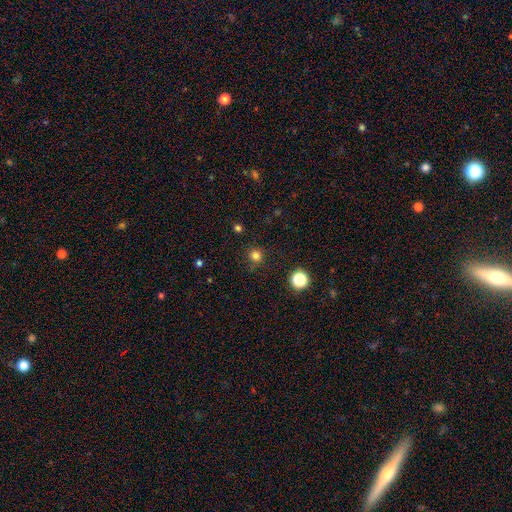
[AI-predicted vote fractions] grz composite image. It shows a smooth galaxy with no disk features (80%) that is round (94%). Merging: none (86%).